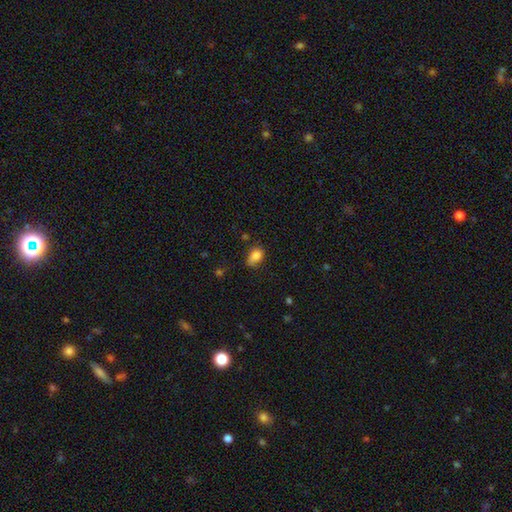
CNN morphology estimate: Overall: smooth (83%). How rounded: in between (81%). Merging: none (51%; minor disturbance 36%).